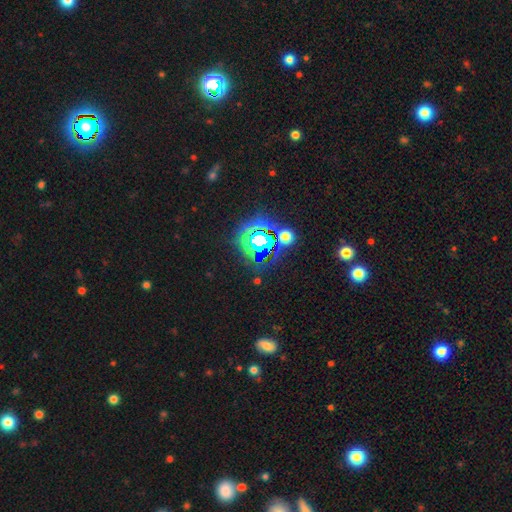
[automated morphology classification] This appears to be a star or artifact, not a galaxy (83%).